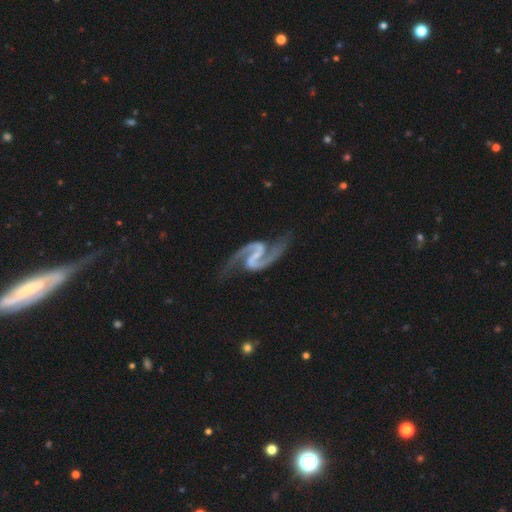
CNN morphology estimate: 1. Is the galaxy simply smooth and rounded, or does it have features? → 95% featured or disk, 3% star or artifact, 2% smooth.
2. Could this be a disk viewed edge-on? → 98% no, 2% yes.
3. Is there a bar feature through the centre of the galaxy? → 44% strong, 40% weak, 17% no.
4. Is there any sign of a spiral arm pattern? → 98% yes, 2% no.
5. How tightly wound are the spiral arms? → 56% medium, 34% loose, 10% tight.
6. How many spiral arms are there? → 95% 2, 1% can't tell, 1% 1, 1% 3, 1% 4, 1% more than 4.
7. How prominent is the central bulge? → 46% small, 43% none, 9% moderate, 1% large, 1% dominant.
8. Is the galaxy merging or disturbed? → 75% none, 15% minor disturbance, 7% major disturbance, 3% merger.